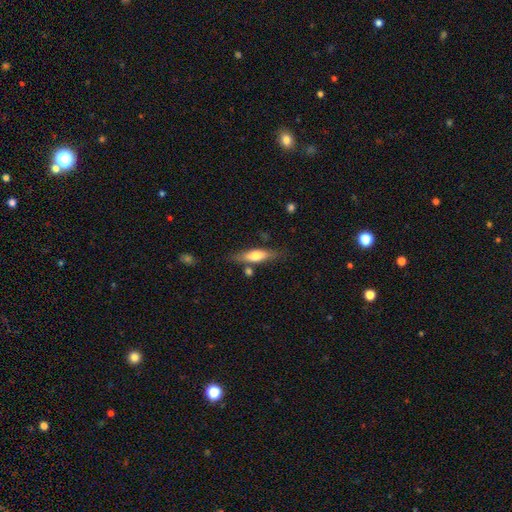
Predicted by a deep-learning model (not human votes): The model was most divided on "smooth or featured": smooth: 54%, featured or disk: 40%, star or artifact: 6%. More confident: merging — none (73%); how rounded — cigar-shaped (62%).